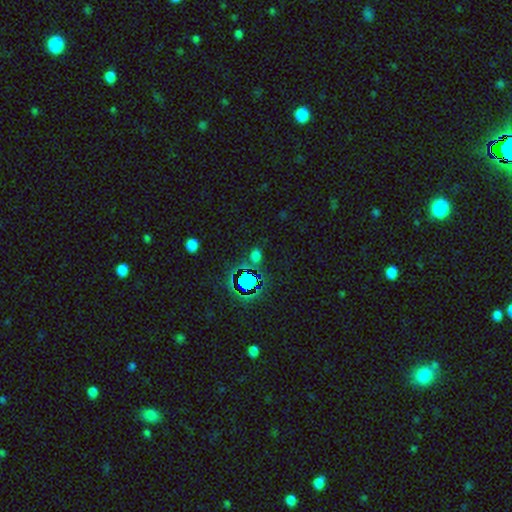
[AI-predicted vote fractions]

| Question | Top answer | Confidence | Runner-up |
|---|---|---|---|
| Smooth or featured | smooth | 50% | star or artifact (42%) |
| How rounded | round | 57% | in between (40%) |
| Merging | none | 73% | minor disturbance (13%) |